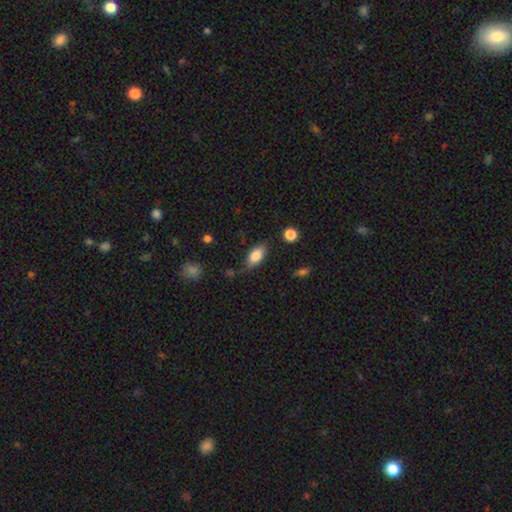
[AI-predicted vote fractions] Q: Smooth or featured?
A: smooth (82%); runner-up: featured or disk (11%)
Q: How rounded?
A: in between (89%); runner-up: cigar-shaped (7%)
Q: Merging?
A: none (72%); runner-up: minor disturbance (19%)